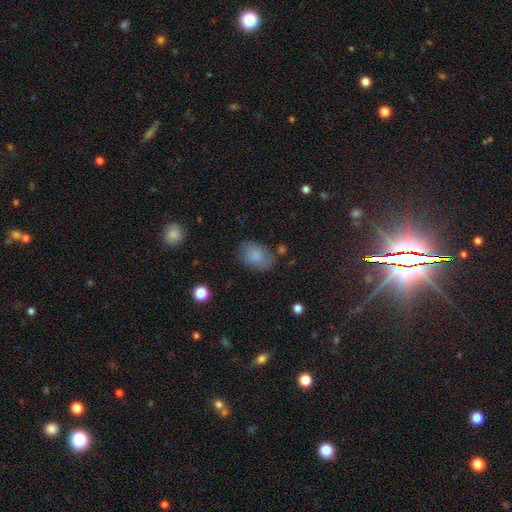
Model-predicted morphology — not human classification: A smooth galaxy with no disk features (80%) that is in between round and cigar-shaped (81%).

Vote fractions:
- Smooth or featured? smooth: 80% / featured or disk: 11% / star or artifact: 9%
- How rounded? in between: 81% / round: 18% / cigar-shaped: 1%
- Merging? none: 71% / minor disturbance: 19% / major disturbance: 6% / merger: 3%